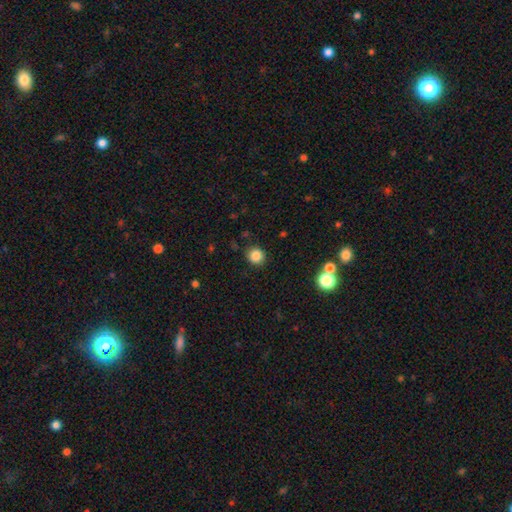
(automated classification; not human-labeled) Overall: smooth (84%). How rounded: round (87%). Merging: none (88%).